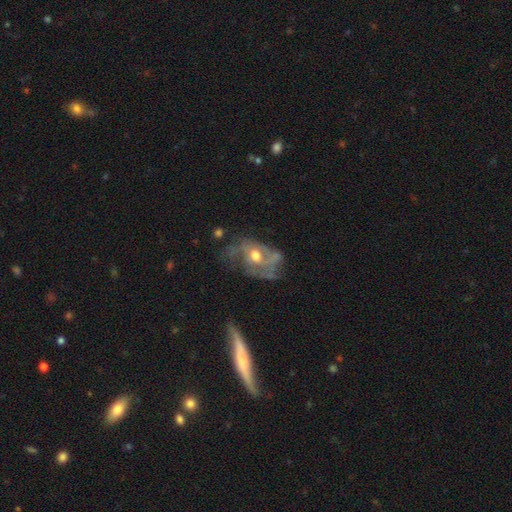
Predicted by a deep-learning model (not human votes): This appears to be a featured or disk galaxy (73%) with no bar (70%), spiral arms (62%) and a moderate central bulge (72%). Merging: major disturbance (37%).